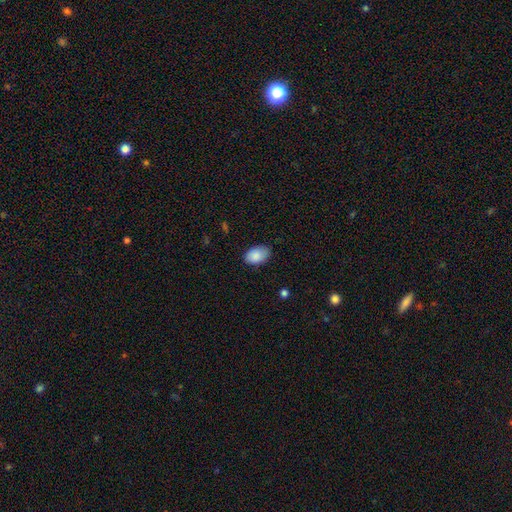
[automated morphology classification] A smooth galaxy with no disk features (88%) that is in between round and cigar-shaped (90%). Merging: none (79%).